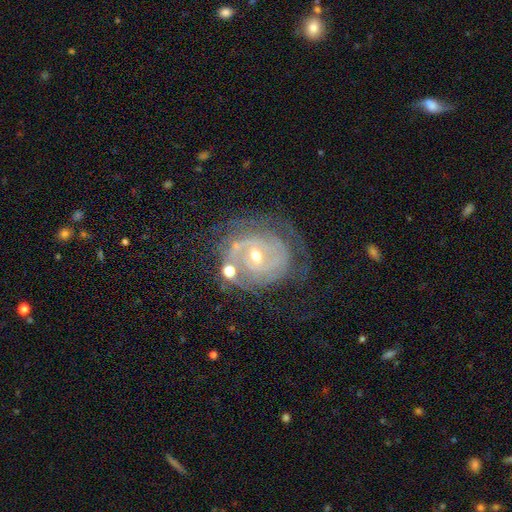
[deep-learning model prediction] Smooth or featured?
  - featured or disk: 83% *
  - smooth: 9%
  - star or artifact: 8%
Edge-on disk?
  - no: 97% *
  - yes: 3%
Bar?
  - no: 58% *
  - weak: 32%
  - strong: 11%
Spiral arms?
  - yes: 91% *
  - no: 9%
Spiral winding?
  - tight: 73% *
  - medium: 21%
  - loose: 6%
Spiral arm count?
  - can't tell: 37% *
  - 2: 28%
  - 3: 17%
  - 4: 8%
  - 1: 5%
  - more than 4: 5%
Bulge size?
  - small: 52% *
  - moderate: 45%
  - large: 2%
  - none: 1%
  - dominant: 1%
Merging?
  - none: 59% *
  - minor disturbance: 21%
  - major disturbance: 14%
  - merger: 6%